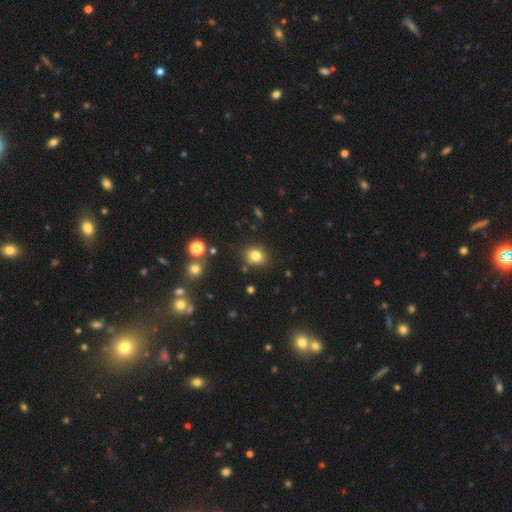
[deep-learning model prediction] Smooth or featured?
  - smooth: 80% *
  - star or artifact: 13%
  - featured or disk: 7%
How rounded?
  - round: 65% *
  - in between: 34%
  - cigar-shaped: 1%
Merging?
  - none: 82% *
  - minor disturbance: 11%
  - merger: 4%
  - major disturbance: 3%